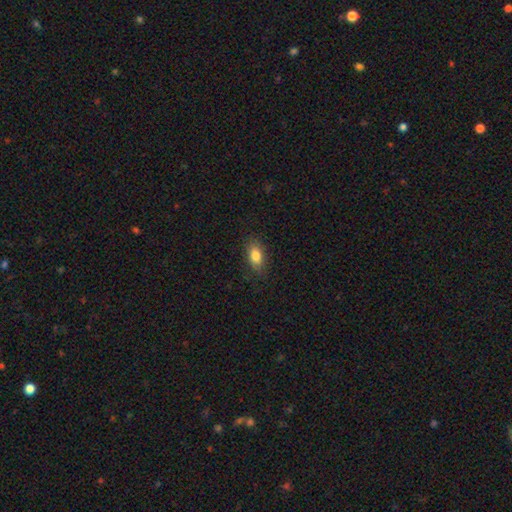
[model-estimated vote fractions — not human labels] Q: Smooth or featured?
A: smooth (83%); runner-up: featured or disk (9%)
Q: How rounded?
A: in between (87%); runner-up: round (8%)
Q: Merging?
A: none (82%); runner-up: minor disturbance (14%)